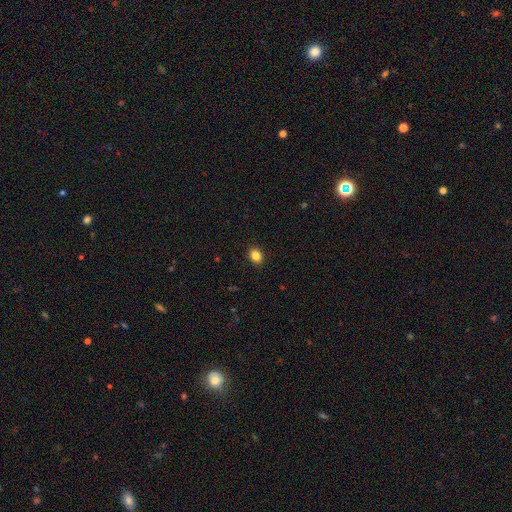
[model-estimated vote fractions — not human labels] smooth-or-featured: smooth: 85% | star or artifact: 10% | featured or disk: 5%
  how-rounded: in between: 58% | round: 42% | cigar-shaped: 1%
  merging: none: 90% | minor disturbance: 7% | major disturbance: 2% | merger: 1%